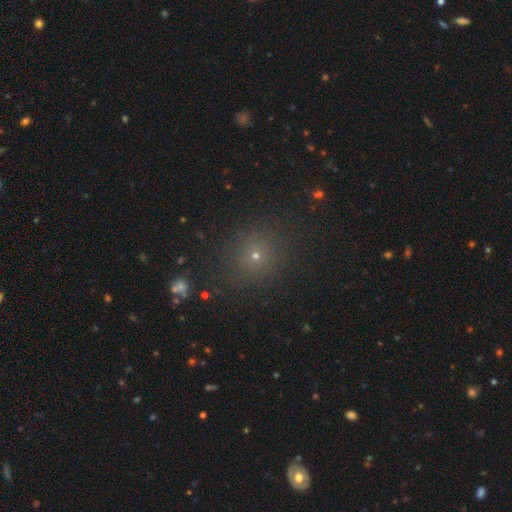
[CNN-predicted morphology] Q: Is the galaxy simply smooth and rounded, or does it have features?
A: smooth — 64%.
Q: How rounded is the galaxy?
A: round — 92%.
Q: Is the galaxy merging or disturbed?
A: none — 88%.